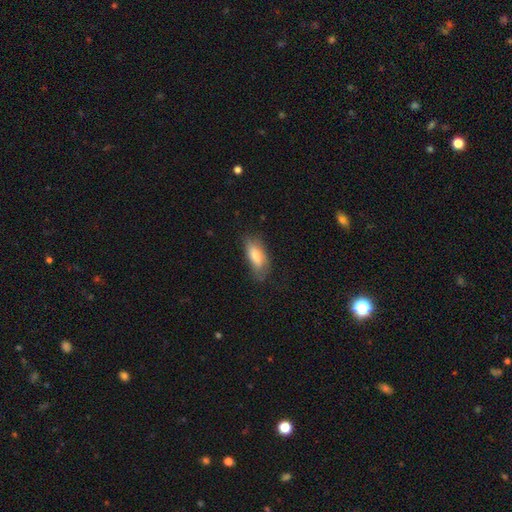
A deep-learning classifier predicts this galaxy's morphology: Smooth or featured?
  - smooth: 78% *
  - featured or disk: 16%
  - star or artifact: 7%
How rounded?
  - in between: 77% *
  - cigar-shaped: 20%
  - round: 2%
Merging?
  - none: 67% *
  - minor disturbance: 25%
  - major disturbance: 7%
  - merger: 1%